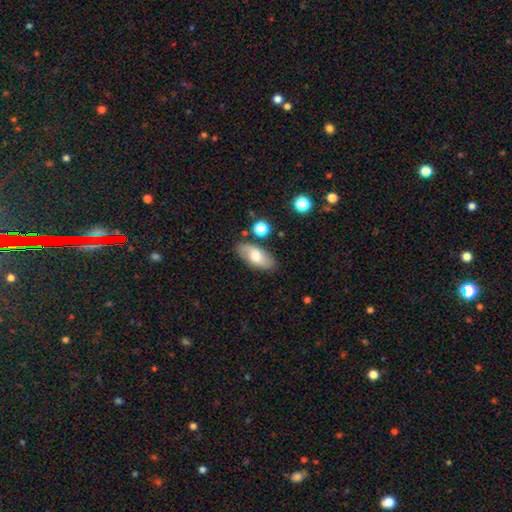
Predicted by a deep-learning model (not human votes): Smooth or featured: smooth — 63% (featured or disk — 29%)
How rounded: in between — 88% (cigar-shaped — 8%)
Merging: none — 81% (minor disturbance — 13%)